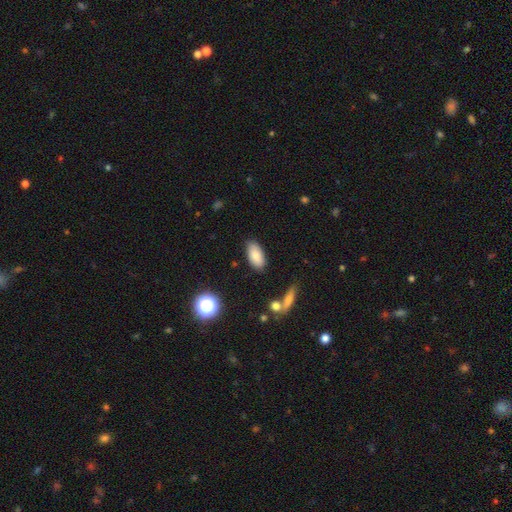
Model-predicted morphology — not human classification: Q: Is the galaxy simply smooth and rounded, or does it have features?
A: smooth — 82%.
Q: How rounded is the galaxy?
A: in between — 91%.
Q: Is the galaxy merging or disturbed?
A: none — 83%.